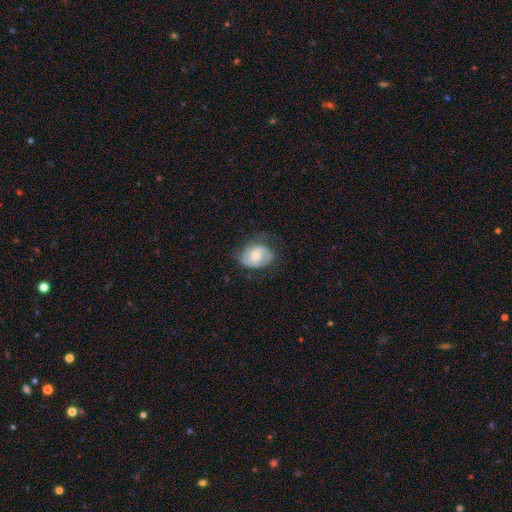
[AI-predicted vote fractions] This is possibly a smooth galaxy (48%). Merging: possibly none (59%).